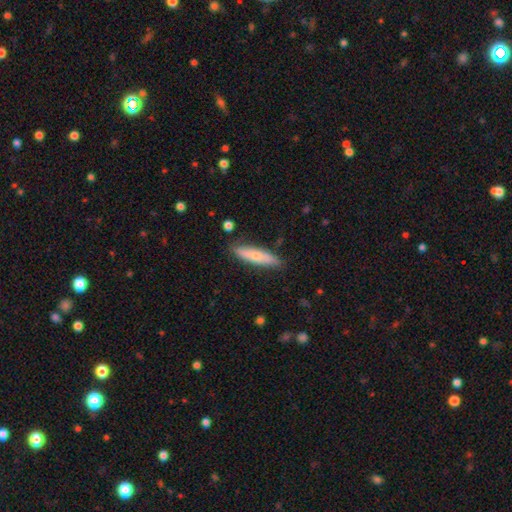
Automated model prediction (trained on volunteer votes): A smooth galaxy with no disk features (63%) that is cigar-shaped (73%). Merging: none (83%).